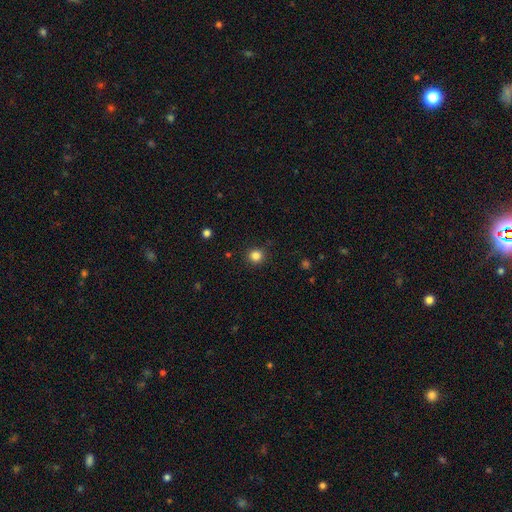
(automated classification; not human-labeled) Smooth or featured: smooth — 83% (star or artifact — 12%)
How rounded: round — 93% (in between — 6%)
Merging: none — 89% (minor disturbance — 8%)